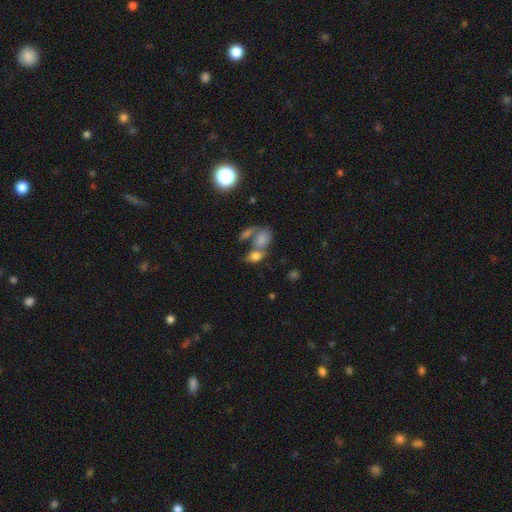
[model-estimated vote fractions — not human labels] Smooth or featured: smooth — 72% (featured or disk — 15%)
How rounded: in between — 77% (round — 20%)
Merging: merger — 50% (none — 31%)